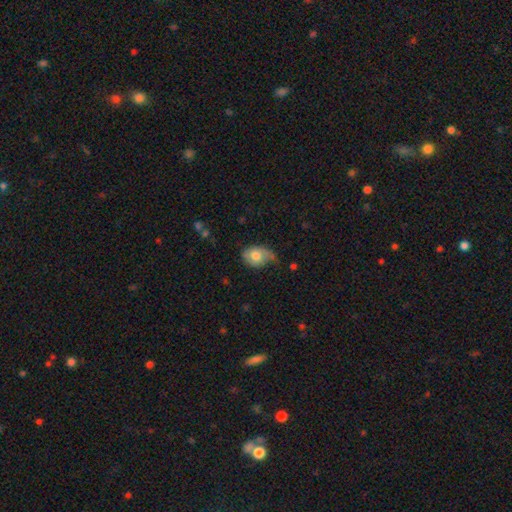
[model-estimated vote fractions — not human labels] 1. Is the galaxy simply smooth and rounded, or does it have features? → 66% smooth, 27% featured or disk, 7% star or artifact.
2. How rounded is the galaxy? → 67% in between, 32% round, 1% cigar-shaped.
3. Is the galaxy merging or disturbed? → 41% none, 40% minor disturbance, 17% major disturbance, 3% merger.